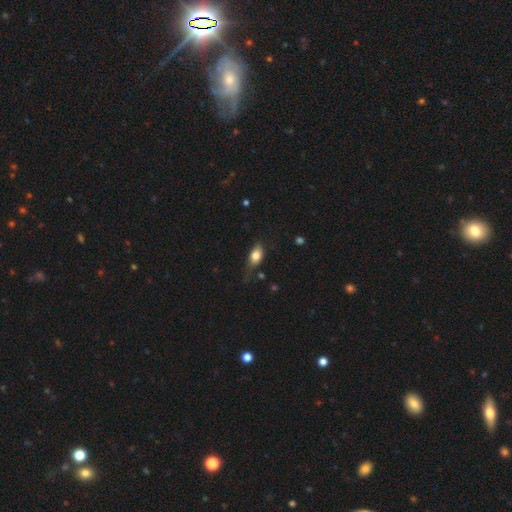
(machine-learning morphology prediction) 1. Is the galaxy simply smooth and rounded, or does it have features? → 78% smooth, 14% featured or disk, 8% star or artifact.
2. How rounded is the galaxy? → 83% in between, 10% round, 7% cigar-shaped.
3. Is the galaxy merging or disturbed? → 51% none, 32% minor disturbance, 14% major disturbance, 3% merger.